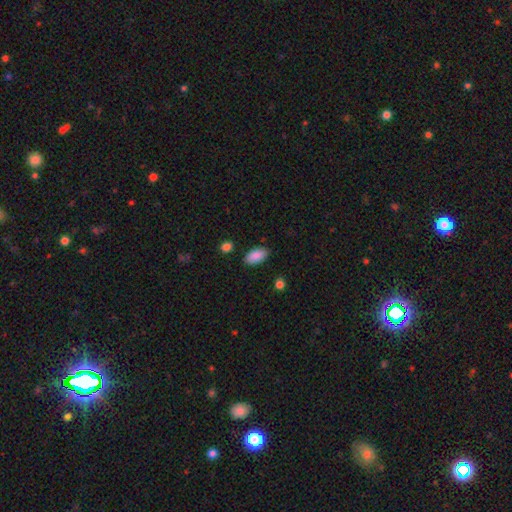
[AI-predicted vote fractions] The model was most divided on "merging": none: 86%, minor disturbance: 10%, major disturbance: 2%, merger: 2%. More confident: how rounded — in between (94%); smooth or featured — smooth (89%).